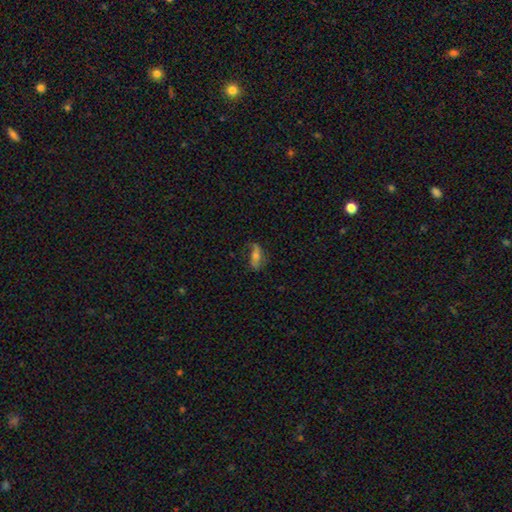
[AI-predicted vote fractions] Smooth or featured? Predicted: smooth (p=0.46). Merging? Predicted: none (p=0.67).